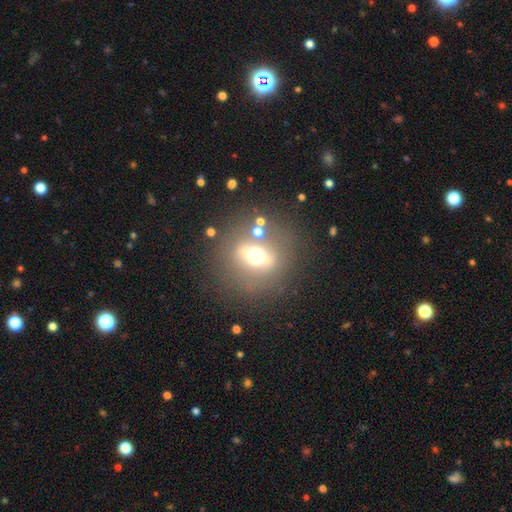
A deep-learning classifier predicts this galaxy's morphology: This appears to be a smooth galaxy with no disk features (42%). Merging: none (74%).